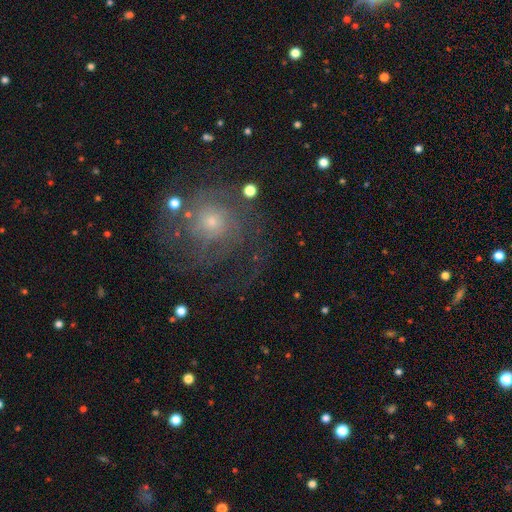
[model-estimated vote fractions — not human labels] This appears to be a featured or disk galaxy (55%) with no bar (80%), spiral arms (82%) and a small central bulge (52%). Merging: none (71%).